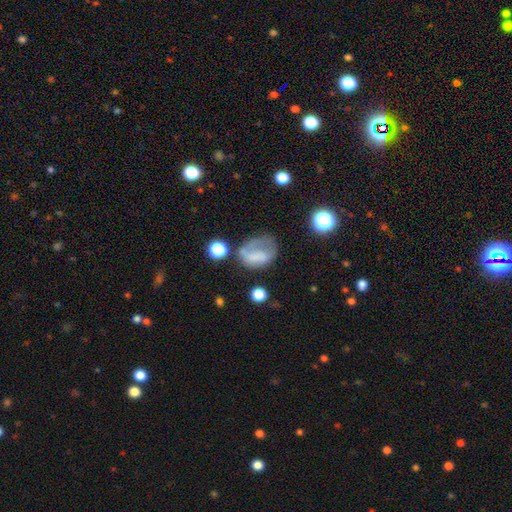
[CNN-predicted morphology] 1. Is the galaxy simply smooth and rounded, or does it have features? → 50% smooth, 38% featured or disk, 12% star or artifact.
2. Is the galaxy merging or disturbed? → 36% major disturbance, 33% none, 25% minor disturbance, 6% merger.